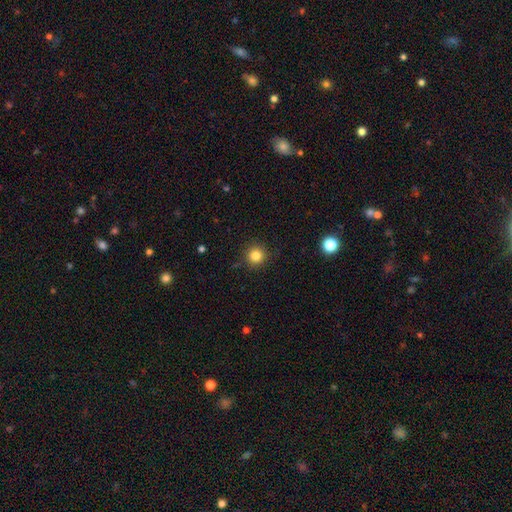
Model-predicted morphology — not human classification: A smooth galaxy with no disk features (82%) that is round (95%). Merging: none (90%).